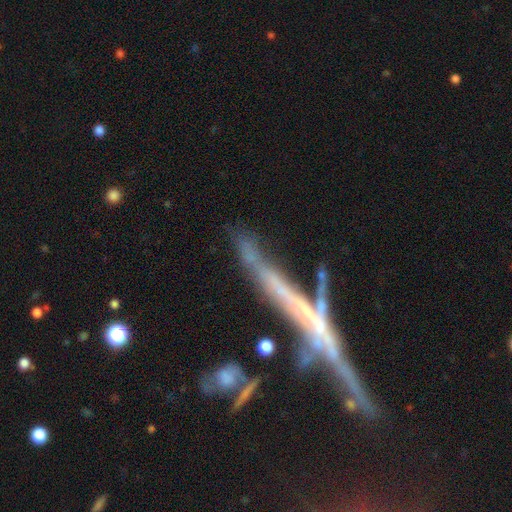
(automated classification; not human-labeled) Smooth or featured?
  - featured or disk: 69% *
  - smooth: 16%
  - star or artifact: 14%
Edge-on disk?
  - yes: 86% *
  - no: 14%
Edge-on bulge?
  - none: 76% *
  - rounded: 16%
  - boxy: 8%
Merging?
  - none: 53% *
  - minor disturbance: 21%
  - merger: 14%
  - major disturbance: 12%